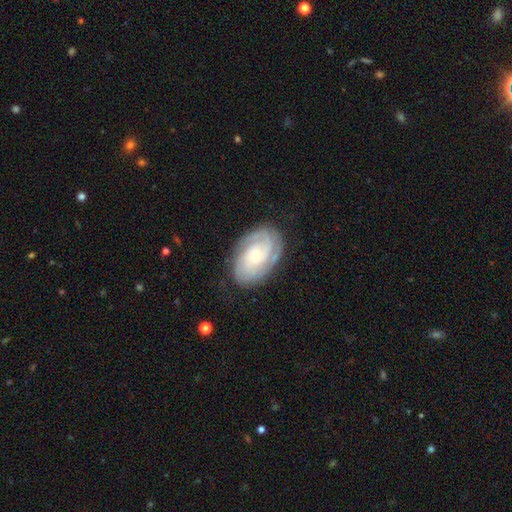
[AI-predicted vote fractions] smooth_or_featured: featured or disk (p=0.82) [alt: smooth p=0.12]
disk_edge_on: no (p=0.97) [alt: yes p=0.03]
bar: no (p=0.72) [alt: weak p=0.22]
has_spiral_arms: yes (p=0.96) [alt: no p=0.04]
spiral_winding: tight (p=0.71) [alt: medium p=0.24]
spiral_arm_count: 2 (p=0.34) [alt: can't tell p=0.26]
bulge_size: small (p=0.66) [alt: moderate p=0.29]
merging: none (p=0.78) [alt: minor disturbance p=0.16]